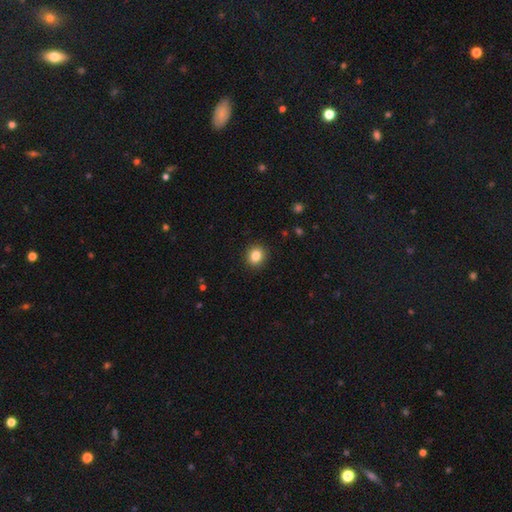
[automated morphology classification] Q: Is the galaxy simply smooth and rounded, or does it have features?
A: smooth — 84%.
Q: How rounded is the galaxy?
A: round — 78%.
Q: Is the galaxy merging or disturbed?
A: none — 91%.